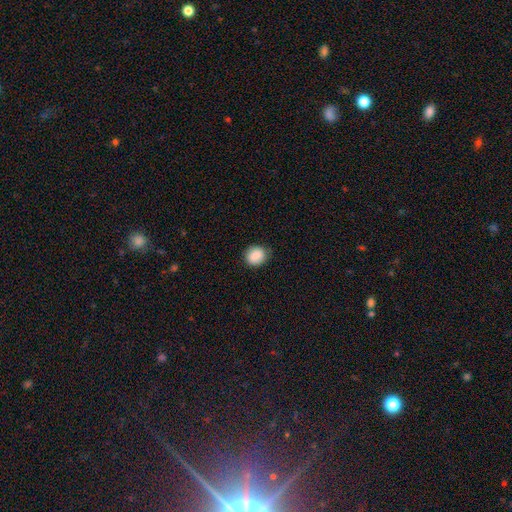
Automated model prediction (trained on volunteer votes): smooth-or-featured: smooth: 89% | star or artifact: 8% | featured or disk: 4%
  how-rounded: round: 73% | in between: 26% | cigar-shaped: 1%
  merging: none: 79% | minor disturbance: 17% | major disturbance: 3% | merger: 1%